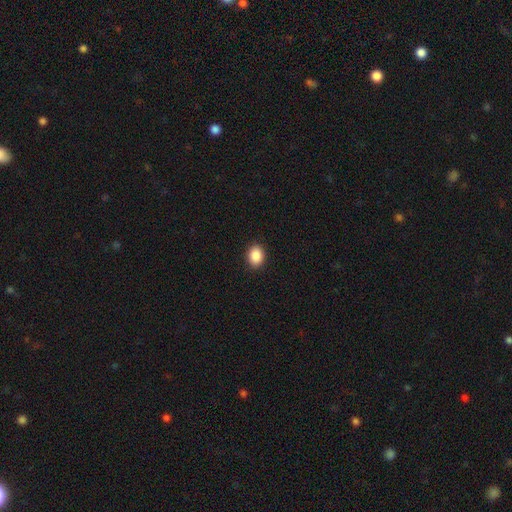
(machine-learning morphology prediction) smooth-or-featured: smooth: 89% | star or artifact: 8% | featured or disk: 3%
  how-rounded: in between: 59% | round: 40% | cigar-shaped: 1%
  merging: none: 91% | minor disturbance: 7% | major disturbance: 2% | merger: 1%